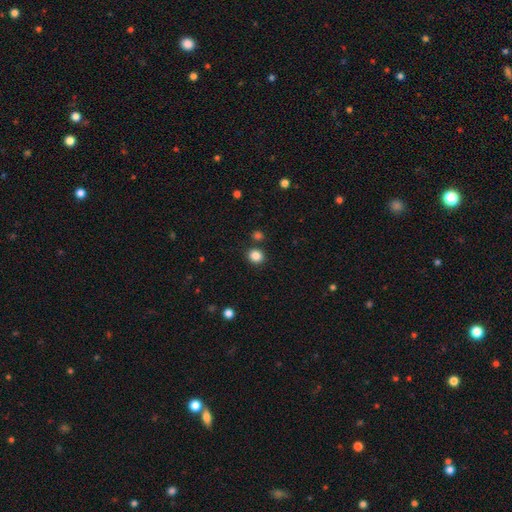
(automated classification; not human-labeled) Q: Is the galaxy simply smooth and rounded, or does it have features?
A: smooth — 86%.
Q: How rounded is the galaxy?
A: round — 79%.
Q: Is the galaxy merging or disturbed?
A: none — 85%.